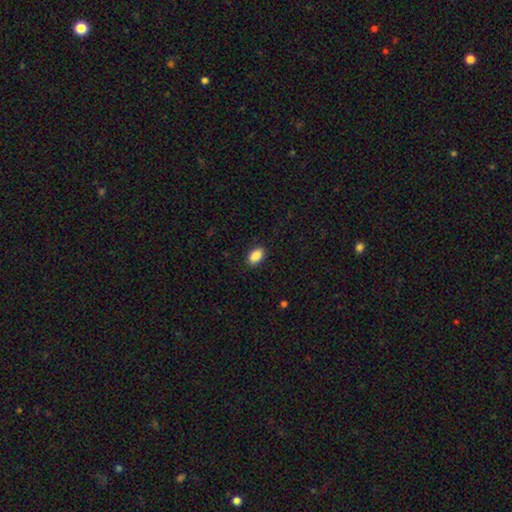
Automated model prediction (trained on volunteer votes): Morphology: type=smooth (89%); roundness=in between (91%); merging=none (89%).